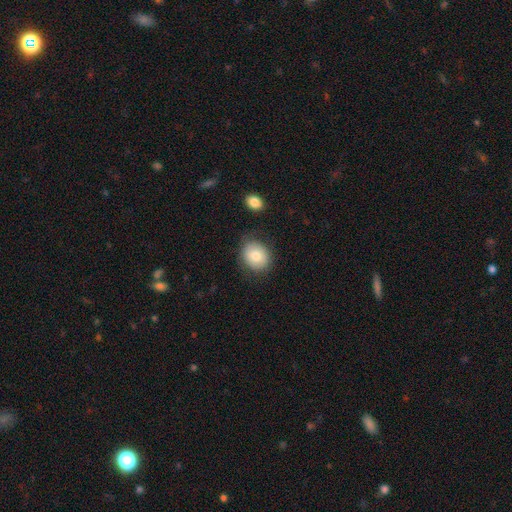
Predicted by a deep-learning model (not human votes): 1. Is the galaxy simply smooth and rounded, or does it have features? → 79% smooth, 13% featured or disk, 8% star or artifact.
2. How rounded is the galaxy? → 59% round, 40% in between, 1% cigar-shaped.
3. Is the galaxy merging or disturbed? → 78% none, 15% minor disturbance, 4% major disturbance, 3% merger.